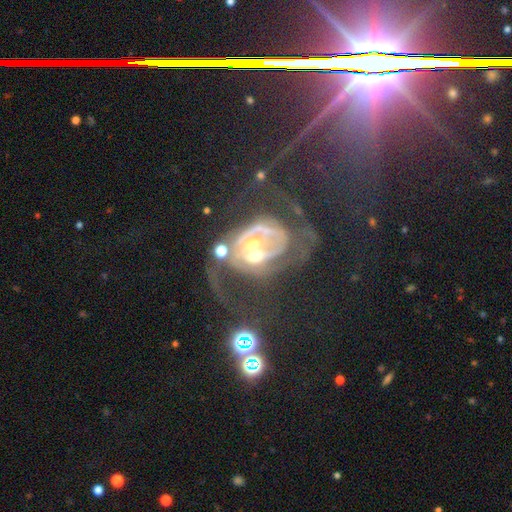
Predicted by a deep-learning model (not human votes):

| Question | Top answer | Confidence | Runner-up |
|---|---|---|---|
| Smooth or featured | featured or disk | 75% | star or artifact (13%) |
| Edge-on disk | no | 96% | yes (4%) |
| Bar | no | 66% | weak (23%) |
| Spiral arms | yes | 55% | no (45%) |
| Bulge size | moderate | 58% | small (23%) |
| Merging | major disturbance | 38% | merger (36%) |